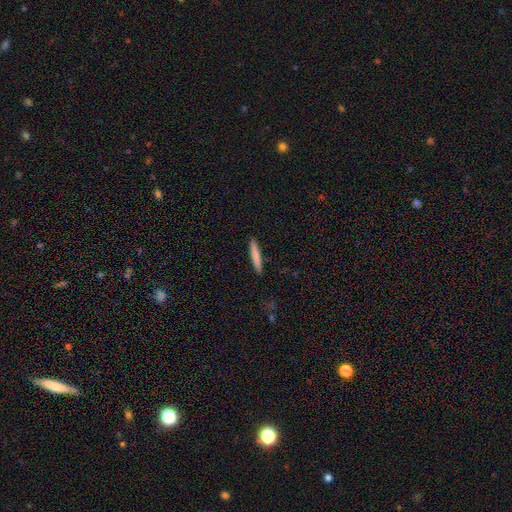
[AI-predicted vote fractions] This appears to be a smooth galaxy with no disk features (78%) that is cigar-shaped (95%). Merging: none (92%).